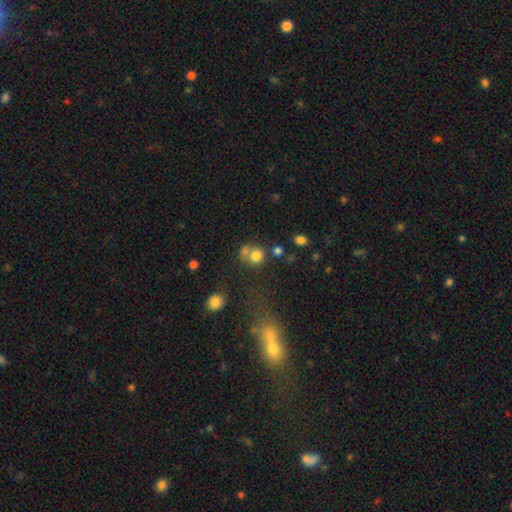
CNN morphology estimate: Smooth or featured: smooth — 75% (star or artifact — 14%)
How rounded: round — 81% (in between — 18%)
Merging: none — 43% (merger — 40%)